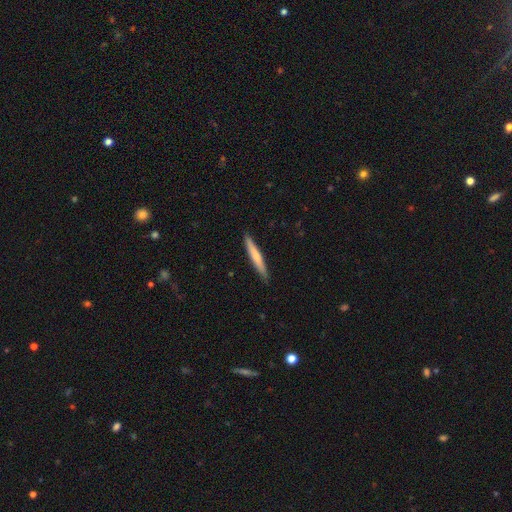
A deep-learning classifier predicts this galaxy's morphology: smooth 64%, featured or disk 31%, star or artifact 5%. Down the decision tree: how rounded — cigar-shaped (95%); merging — none (88%).